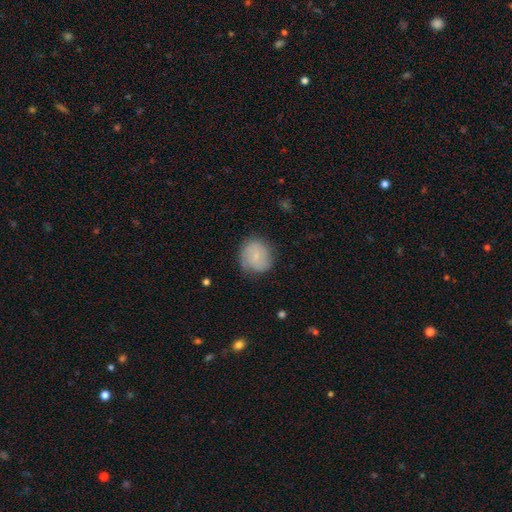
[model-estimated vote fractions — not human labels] The model was most divided on "smooth or featured": smooth: 71%, featured or disk: 22%, star or artifact: 7%. More confident: how rounded — round (85%); merging — none (72%).